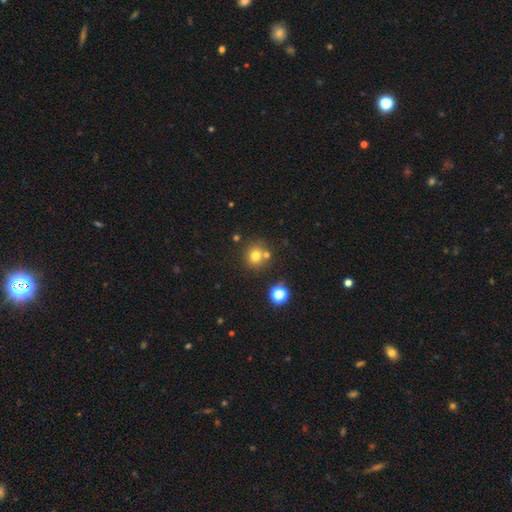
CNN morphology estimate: A smooth galaxy with no disk features (75%) that is round (85%). Merging: none (68%).